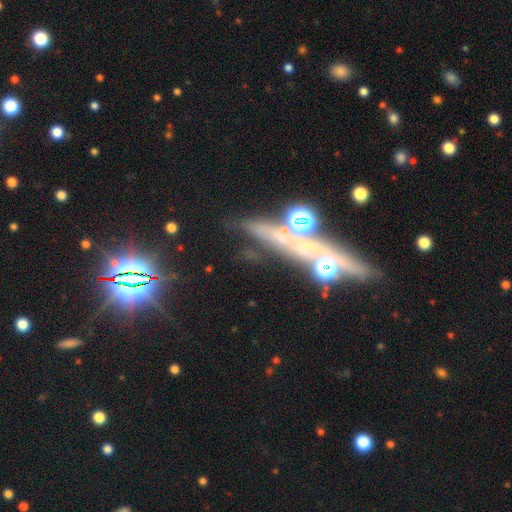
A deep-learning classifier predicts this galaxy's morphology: Q: Smooth or featured?
A: star or artifact (42%); runner-up: featured or disk (40%)